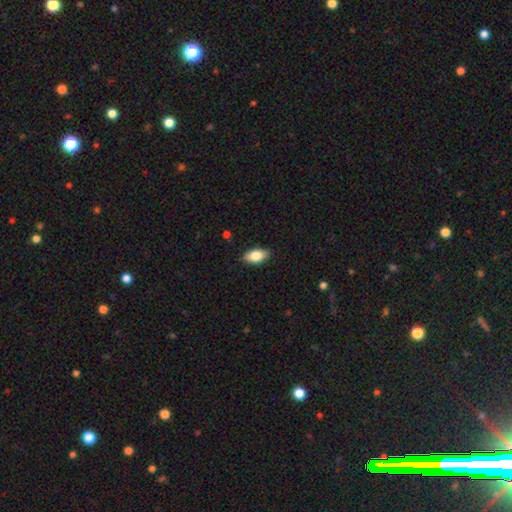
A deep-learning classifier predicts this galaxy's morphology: This appears to be a smooth galaxy with no disk features (81%) that is in between round and cigar-shaped (91%). Merging: none (86%).